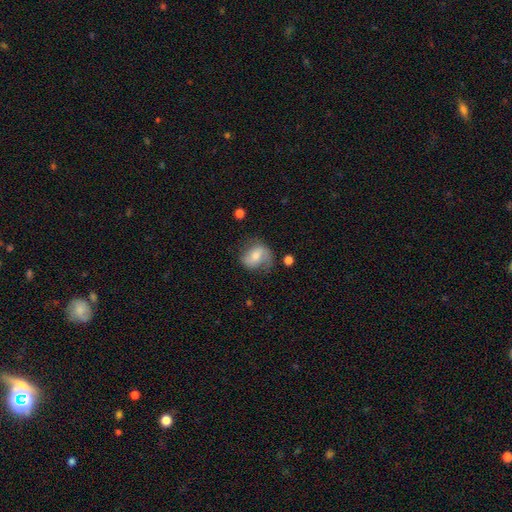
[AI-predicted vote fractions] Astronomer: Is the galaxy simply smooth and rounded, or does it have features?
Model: featured or disk — 48% (runner-up: smooth, 44%).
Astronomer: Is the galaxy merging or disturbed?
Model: none — 54%.